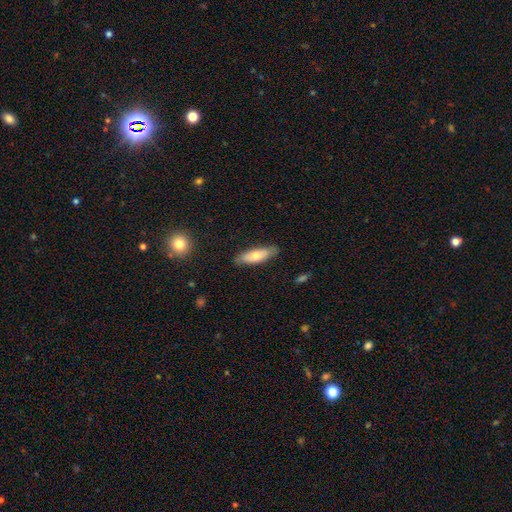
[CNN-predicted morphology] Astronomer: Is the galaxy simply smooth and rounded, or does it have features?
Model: smooth — 67%.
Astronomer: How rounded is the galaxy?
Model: in between — 55% (runner-up: cigar-shaped, 43%).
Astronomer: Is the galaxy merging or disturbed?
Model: none — 81%.